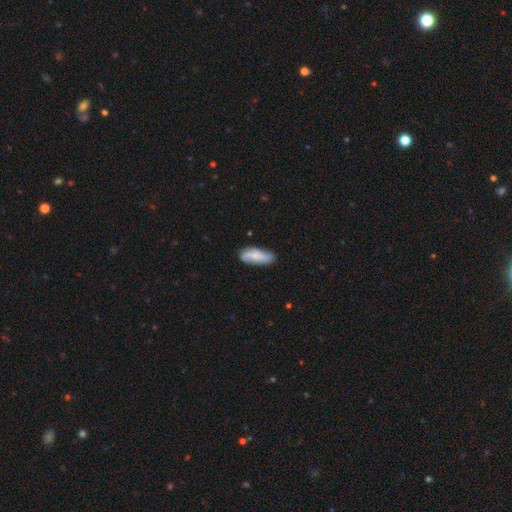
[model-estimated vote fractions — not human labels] A smooth galaxy with no disk features (53%) that is in between round and cigar-shaped (72%). Merging: none (68%).